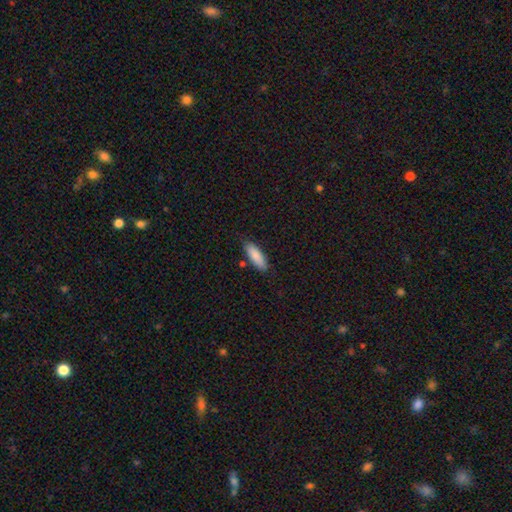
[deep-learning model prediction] smooth_or_featured: smooth (p=0.86) [alt: featured or disk p=0.08]
how_rounded: in between (p=0.59) [alt: cigar-shaped p=0.40]
merging: none (p=0.80) [alt: minor disturbance p=0.13]